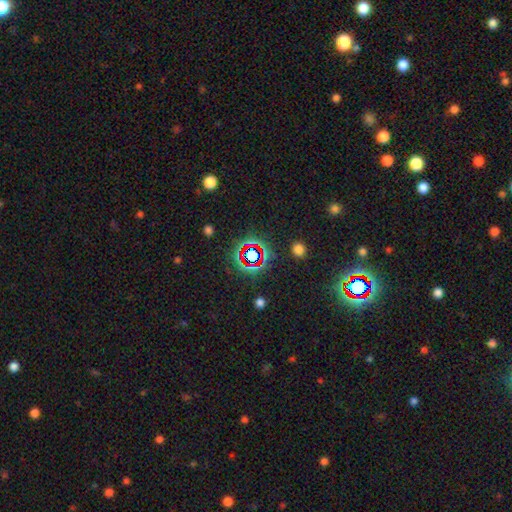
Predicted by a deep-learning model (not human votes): Smooth or featured? star or artifact (71%)